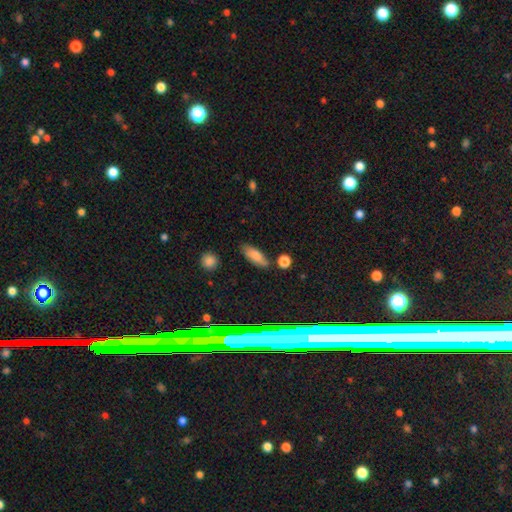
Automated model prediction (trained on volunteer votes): Smooth or featured? Predicted: smooth (p=0.79). How rounded? Predicted: in between (p=0.71). Merging? Predicted: none (p=0.75).